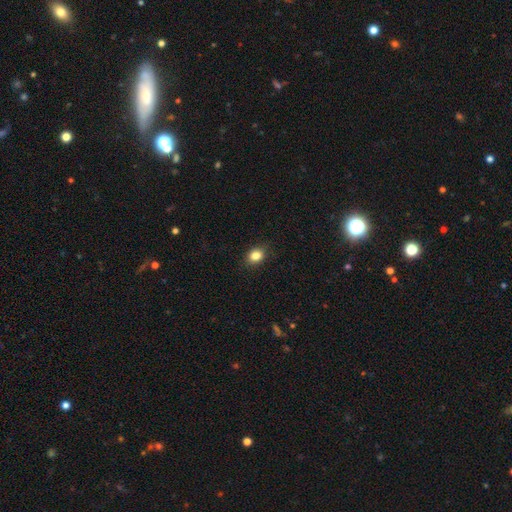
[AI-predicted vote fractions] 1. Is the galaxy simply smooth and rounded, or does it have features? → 84% smooth, 10% star or artifact, 6% featured or disk.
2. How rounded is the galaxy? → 57% in between, 42% round, 1% cigar-shaped.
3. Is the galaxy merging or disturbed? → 88% none, 9% minor disturbance, 2% major disturbance, 1% merger.